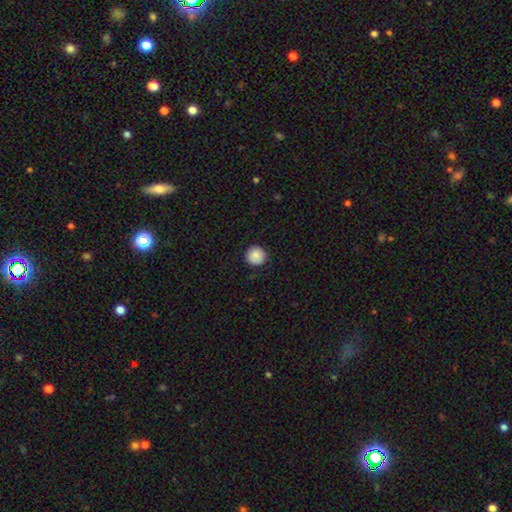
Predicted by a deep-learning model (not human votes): The model was most divided on "smooth or featured": smooth: 87%, star or artifact: 8%, featured or disk: 5%. More confident: how rounded — round (95%); merging — none (90%).